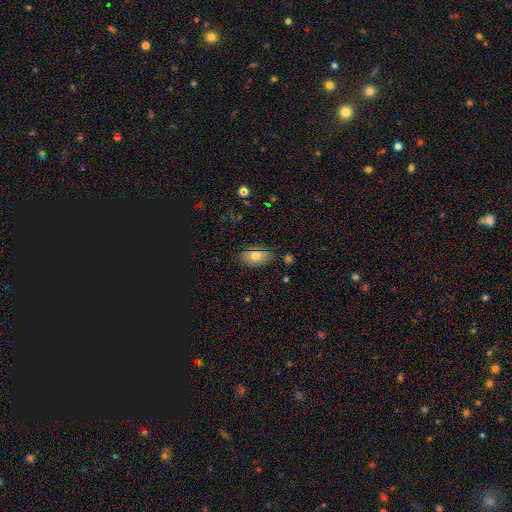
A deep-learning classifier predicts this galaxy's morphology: A smooth galaxy with no disk features (73%) that is in between round and cigar-shaped (89%). Merging: none (80%).